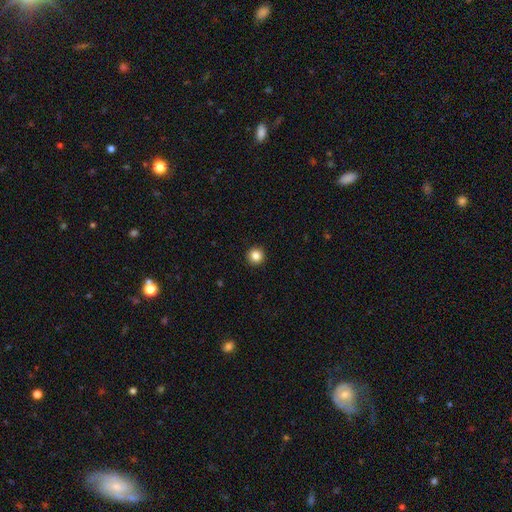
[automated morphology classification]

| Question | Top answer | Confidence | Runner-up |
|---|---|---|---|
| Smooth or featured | smooth | 85% | star or artifact (11%) |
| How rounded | round | 96% | in between (3%) |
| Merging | none | 94% | minor disturbance (4%) |